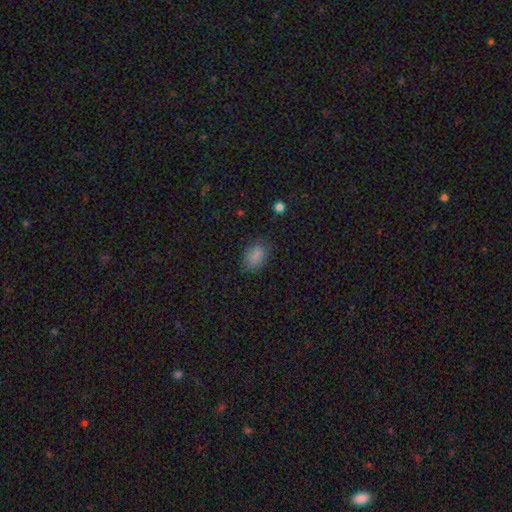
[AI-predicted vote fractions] Smooth or featured?
  - smooth: 85% *
  - star or artifact: 11%
  - featured or disk: 5%
How rounded?
  - in between: 82% *
  - round: 17%
  - cigar-shaped: 2%
Merging?
  - none: 77% *
  - minor disturbance: 17%
  - major disturbance: 5%
  - merger: 1%